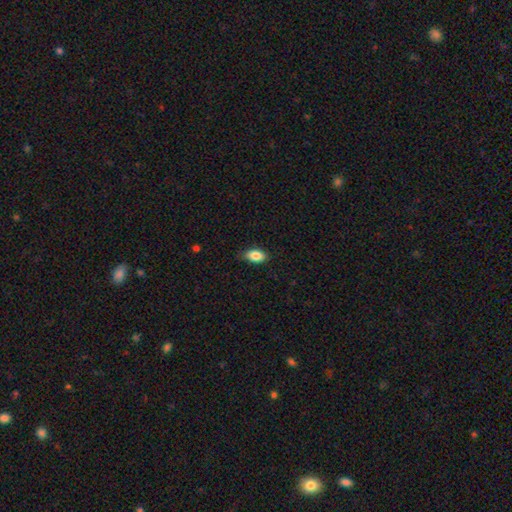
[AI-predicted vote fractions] The model was most divided on "merging": none: 81%, minor disturbance: 16%, major disturbance: 2%, merger: 1%. More confident: how rounded — in between (89%); smooth or featured — smooth (86%).